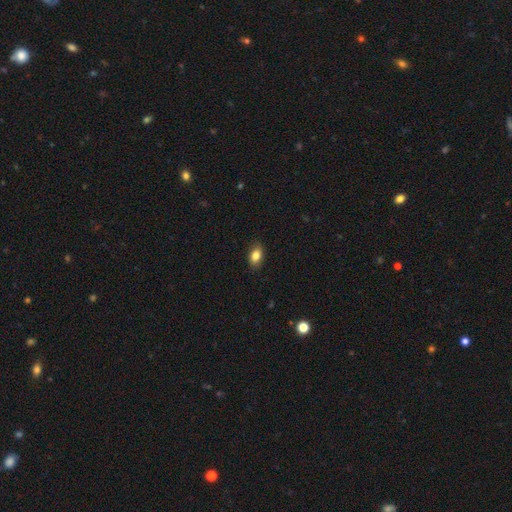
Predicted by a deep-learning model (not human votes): Morphology: type=smooth (83%); roundness=in between (86%); merging=none (84%).